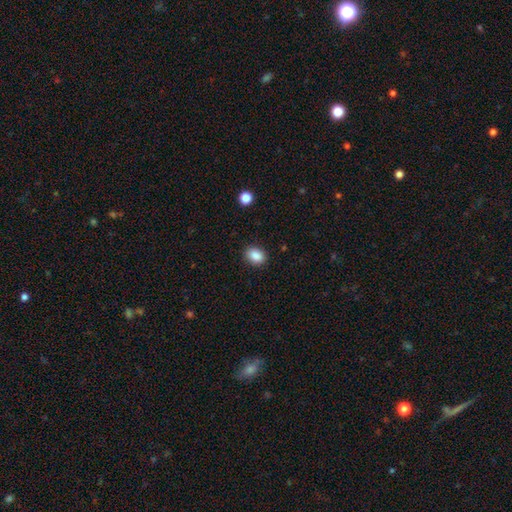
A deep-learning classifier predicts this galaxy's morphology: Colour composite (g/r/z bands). It shows a smooth galaxy with no disk features (88%) that is in between round and cigar-shaped (70%). Merging: none (88%).